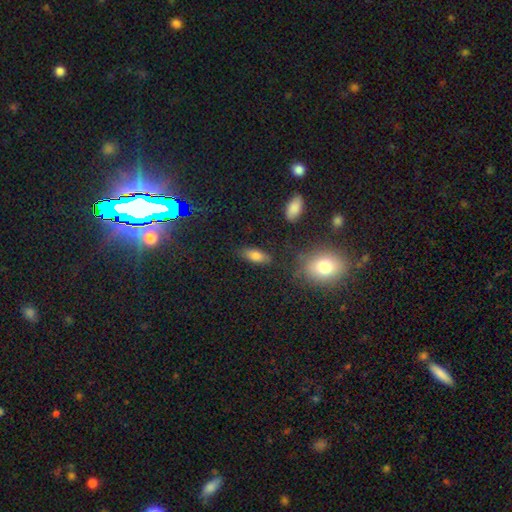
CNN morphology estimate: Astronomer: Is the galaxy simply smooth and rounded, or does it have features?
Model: smooth — 78%.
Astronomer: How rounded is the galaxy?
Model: in between — 78%.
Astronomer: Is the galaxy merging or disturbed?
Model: none — 82%.